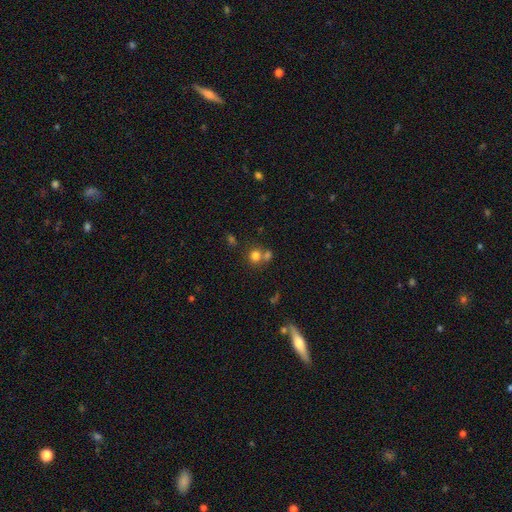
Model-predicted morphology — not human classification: Smooth or featured? smooth (76%)
How rounded? round (82%)
Merging? none (51%)